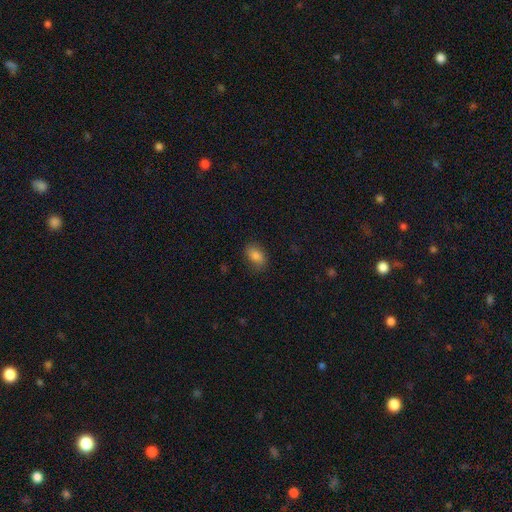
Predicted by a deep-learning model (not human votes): Smooth or featured? Predicted: smooth (p=0.82). How rounded? Predicted: in between (p=0.87). Merging? Predicted: none (p=0.78).